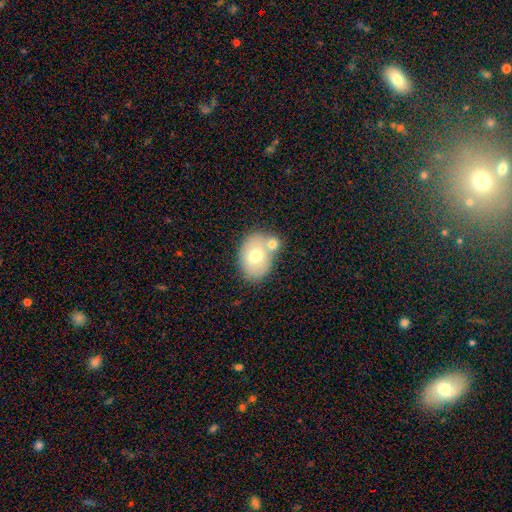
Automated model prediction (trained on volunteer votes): Smooth or featured?
  - smooth: 65% *
  - featured or disk: 27%
  - star or artifact: 8%
How rounded?
  - in between: 69% *
  - round: 30%
  - cigar-shaped: 1%
Merging?
  - none: 48% *
  - merger: 34%
  - minor disturbance: 13%
  - major disturbance: 4%